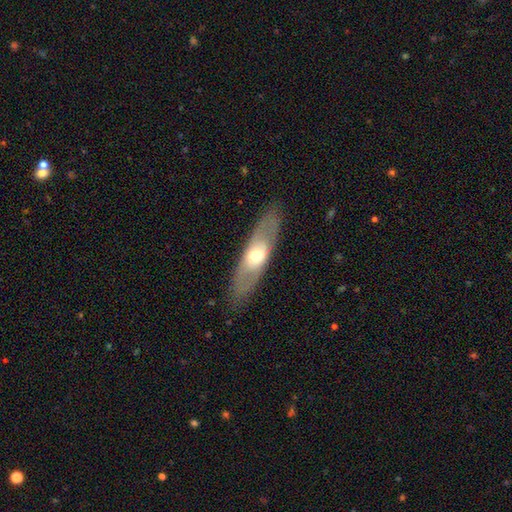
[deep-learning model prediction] Smooth or featured? featured or disk (51%)
Edge-on disk? no (63%)
Merging? none (84%)